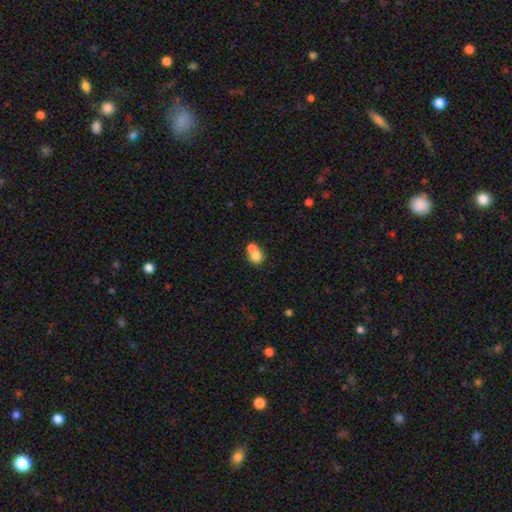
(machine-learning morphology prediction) A smooth galaxy with no disk features (76%) that is round (79%).

Vote fractions:
- Smooth or featured? smooth: 76% / featured or disk: 14% / star or artifact: 10%
- How rounded? round: 79% / in between: 20% / cigar-shaped: 1%
- Merging? merger: 59% / none: 33% / minor disturbance: 6% / major disturbance: 3%